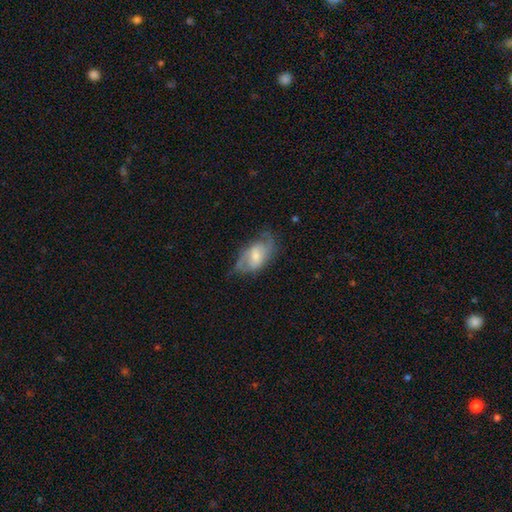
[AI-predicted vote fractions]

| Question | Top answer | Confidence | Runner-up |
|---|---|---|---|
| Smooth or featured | featured or disk | 63% | smooth (31%) |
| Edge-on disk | no | 94% | yes (6%) |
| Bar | weak | 45% | no (42%) |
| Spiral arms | yes | 83% | no (17%) |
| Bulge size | moderate | 47% | small (40%) |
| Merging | none | 57% | minor disturbance (26%) |